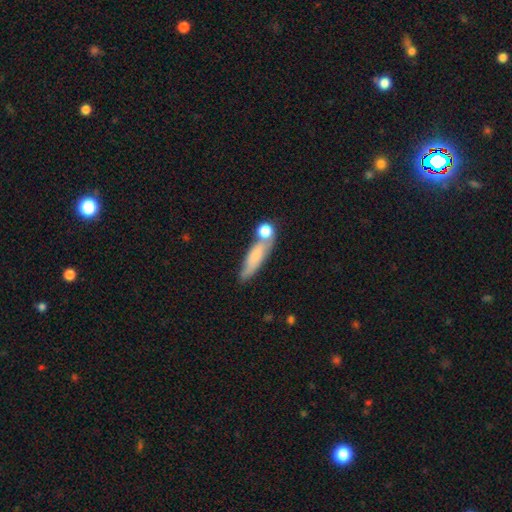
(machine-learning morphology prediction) A smooth galaxy with no disk features (65%) that is cigar-shaped (65%).

Vote fractions:
- Smooth or featured? smooth: 65% / featured or disk: 26% / star or artifact: 9%
- How rounded? cigar-shaped: 65% / in between: 29% / round: 6%
- Merging? none: 53% / merger: 21% / minor disturbance: 19% / major disturbance: 7%